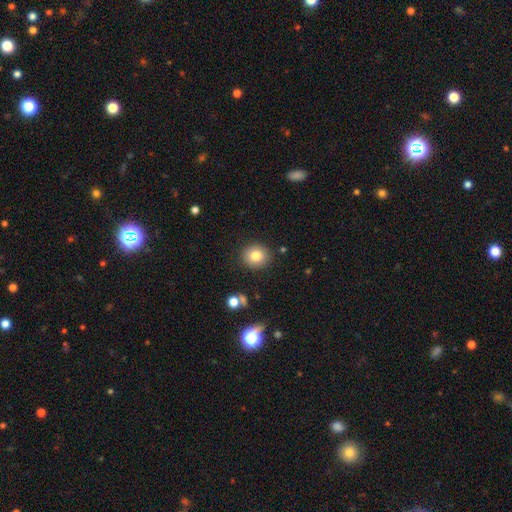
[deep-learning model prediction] Q: Smooth or featured?
A: smooth (80%); runner-up: star or artifact (11%)
Q: How rounded?
A: round (85%); runner-up: in between (14%)
Q: Merging?
A: none (88%); runner-up: minor disturbance (8%)